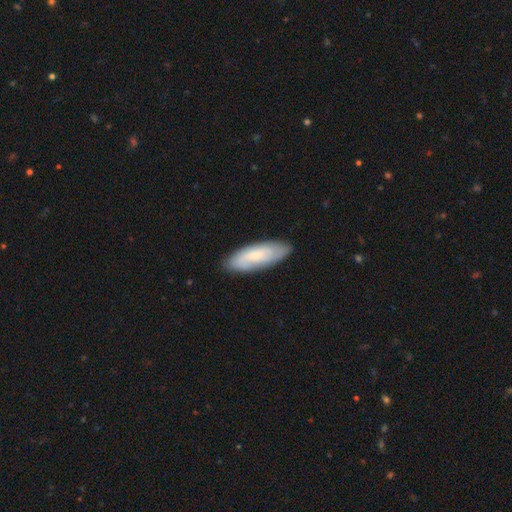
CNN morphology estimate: Smooth or featured? Predicted: smooth (p=0.63). How rounded? Predicted: in between (p=0.64). Merging? Predicted: none (p=0.84).